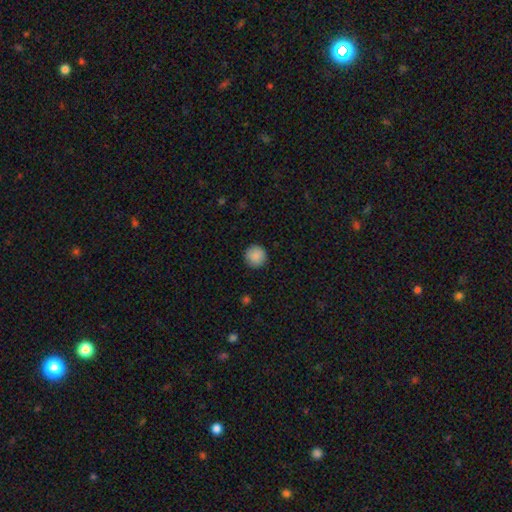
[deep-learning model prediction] This appears to be a smooth galaxy with no disk features (89%) that is round (96%). Merging: none (91%).